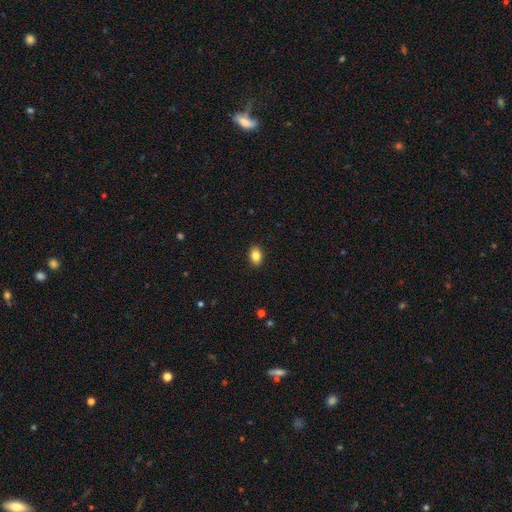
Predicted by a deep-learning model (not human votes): smooth-or-featured: smooth: 85% | star or artifact: 9% | featured or disk: 6%
  how-rounded: in between: 78% | round: 21% | cigar-shaped: 1%
  merging: none: 90% | minor disturbance: 7% | major disturbance: 2% | merger: 1%